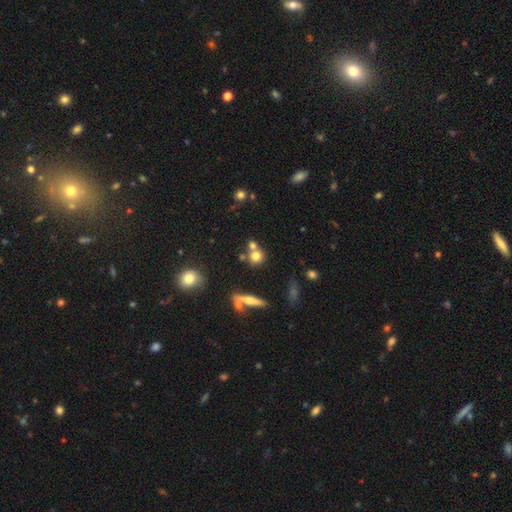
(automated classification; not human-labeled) Smooth or featured? Predicted: smooth (p=0.70). How rounded? Predicted: round (p=0.82). Merging? Predicted: none (p=0.50).